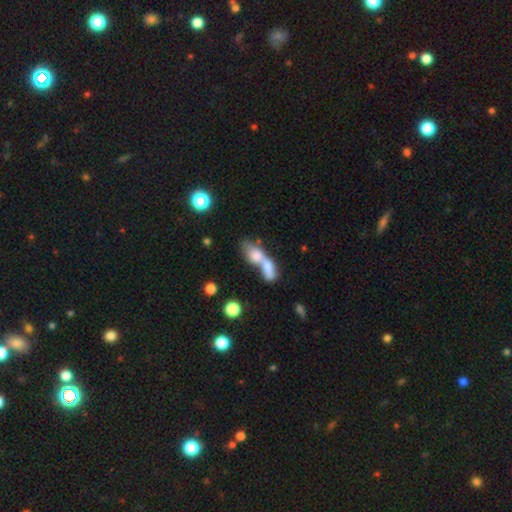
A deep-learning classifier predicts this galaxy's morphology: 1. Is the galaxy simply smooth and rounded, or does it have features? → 66% smooth, 25% featured or disk, 9% star or artifact.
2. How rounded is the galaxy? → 68% in between, 16% round, 15% cigar-shaped.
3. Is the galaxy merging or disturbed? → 79% merger, 10% none, 6% major disturbance, 5% minor disturbance.